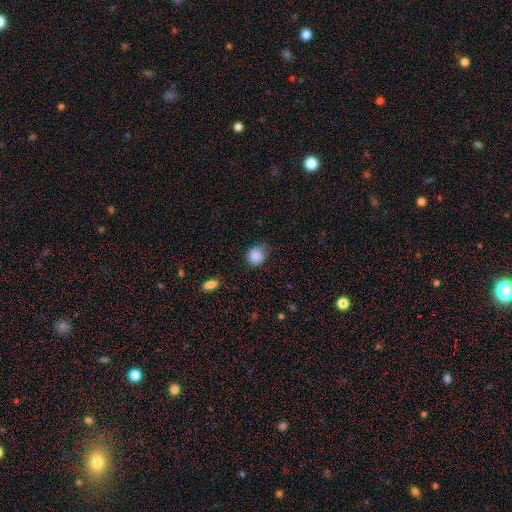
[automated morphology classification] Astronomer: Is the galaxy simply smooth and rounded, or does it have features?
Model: smooth — 88%.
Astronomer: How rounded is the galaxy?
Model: round — 78%.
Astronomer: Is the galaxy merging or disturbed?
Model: none — 68%.